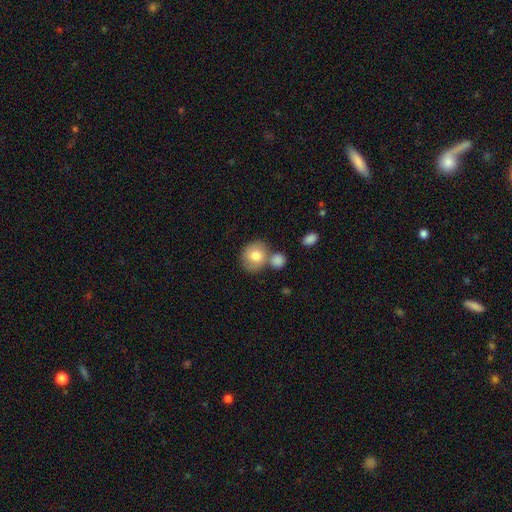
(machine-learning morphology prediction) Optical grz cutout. It shows a smooth galaxy with no disk features (78%) that is round (70%). Merging: none (55%).